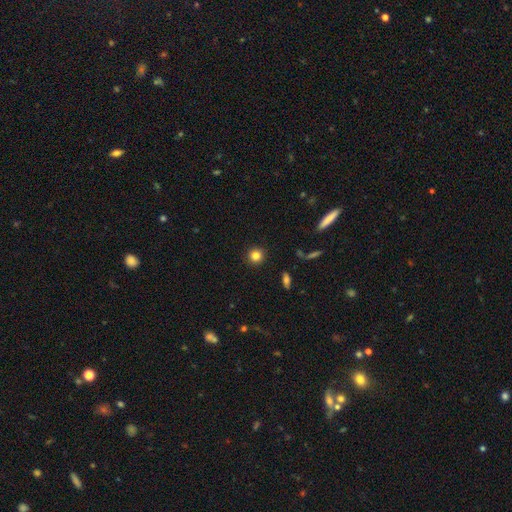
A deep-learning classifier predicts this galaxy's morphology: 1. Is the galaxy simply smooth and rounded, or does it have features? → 83% smooth, 12% star or artifact, 6% featured or disk.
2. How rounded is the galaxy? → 93% round, 6% in between, 1% cigar-shaped.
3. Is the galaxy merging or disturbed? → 92% none, 5% minor disturbance, 2% major disturbance, 1% merger.